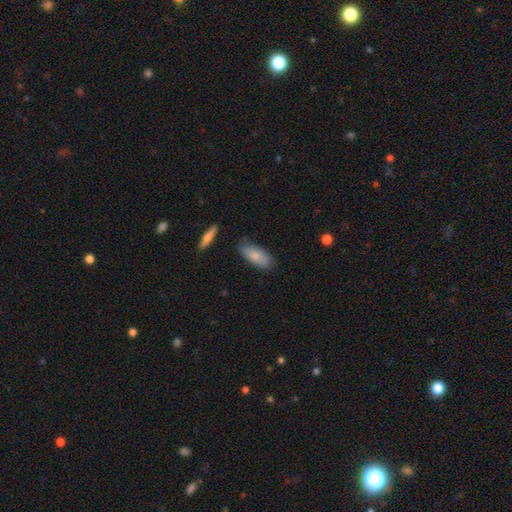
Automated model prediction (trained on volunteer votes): Smooth or featured? Predicted: smooth (p=0.82). How rounded? Predicted: in between (p=0.83). Merging? Predicted: none (p=0.76).